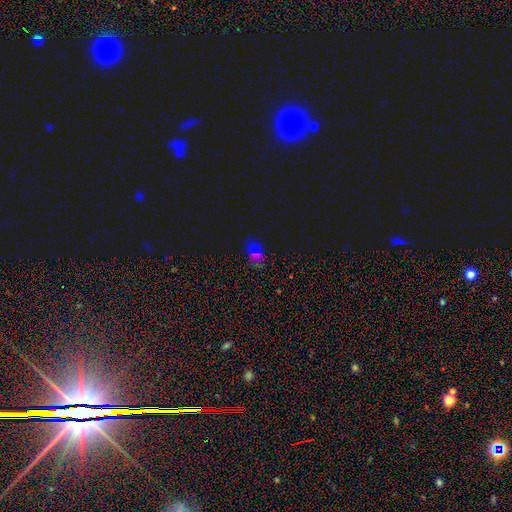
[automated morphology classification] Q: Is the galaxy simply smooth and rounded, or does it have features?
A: smooth — 52%.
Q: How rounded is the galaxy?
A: in between — 85%.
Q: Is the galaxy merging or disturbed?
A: none — 79%.